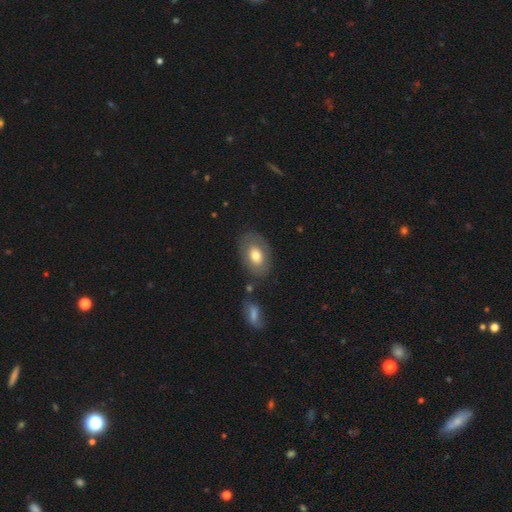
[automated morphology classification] This is likely a smooth galaxy (65%). How rounded: clearly in between (84%). Merging: likely none (74%).